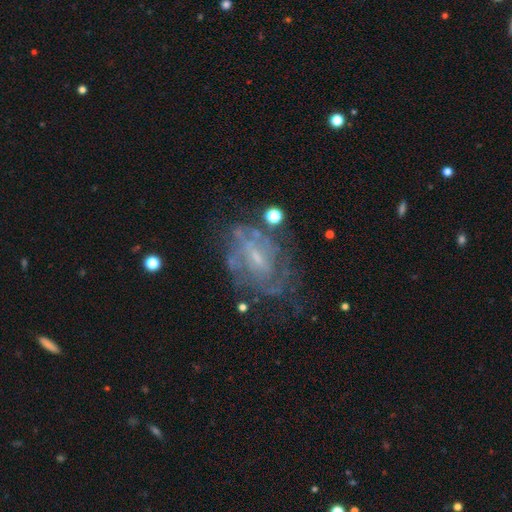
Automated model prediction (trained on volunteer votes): A featured or disk galaxy (76%) with a weak bar (46%), tight (53%) spiral arms (73%) and a small central bulge (65%).

Vote fractions:
- Smooth or featured? featured or disk: 76% / smooth: 13% / star or artifact: 10%
- Edge-on disk? no: 96% / yes: 4%
- Bar? weak: 46% / no: 42% / strong: 12%
- Spiral arms? yes: 73% / no: 27%
- Spiral winding? tight: 53% / medium: 34% / loose: 13%
- Spiral arm count? can't tell: 57% / 2: 17% / 3: 10% / 4: 7% / 1: 5% / more than 4: 4%
- Bulge size? small: 65% / moderate: 20% / none: 12% / large: 1% / dominant: 1%
- Merging? none: 58% / minor disturbance: 21% / major disturbance: 17% / merger: 4%